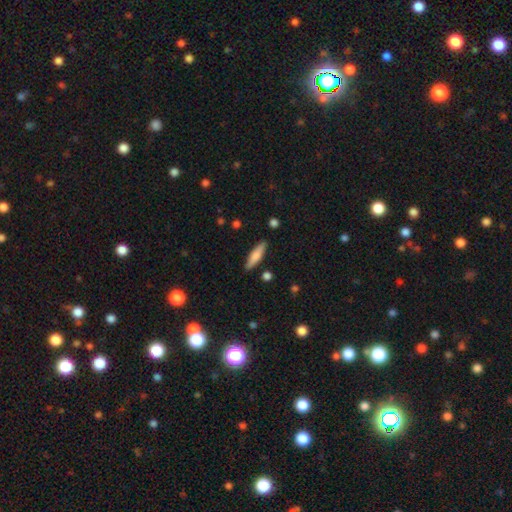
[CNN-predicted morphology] Overall: smooth (70%). How rounded: cigar-shaped (70%). Merging: none (87%).